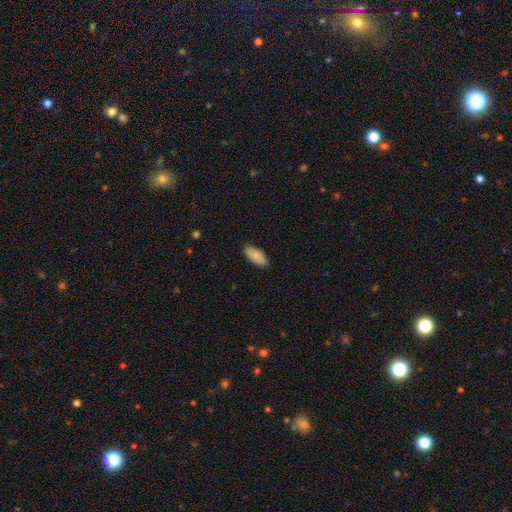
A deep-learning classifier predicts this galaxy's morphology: The model was most divided on "how rounded": in between: 85%, cigar-shaped: 13%, round: 2%. More confident: merging — none (87%); smooth or featured — smooth (87%).